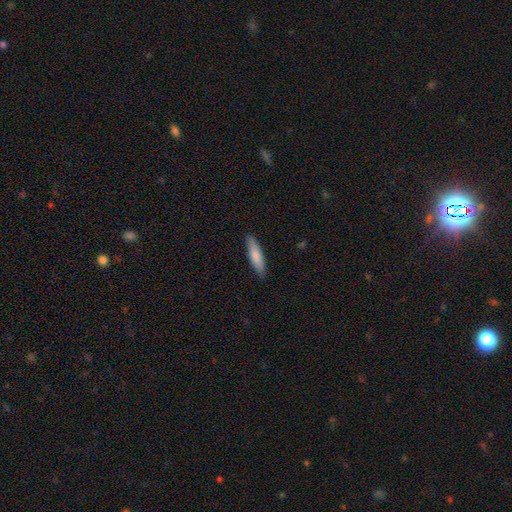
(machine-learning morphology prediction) type=smooth (83%); roundness=cigar-shaped (77%); merging=none (89%).